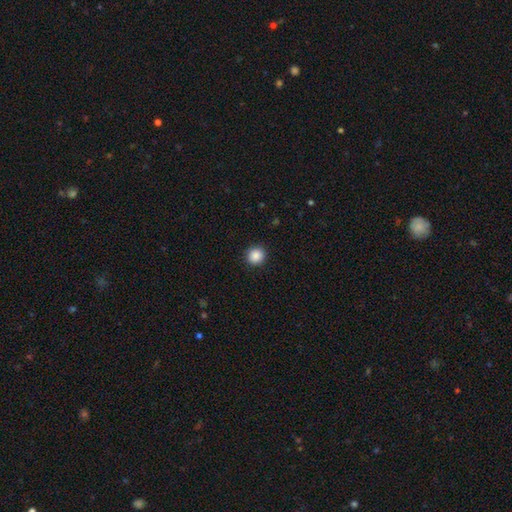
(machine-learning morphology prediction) smooth 88%, star or artifact 9%, featured or disk 3%. Down the decision tree: how rounded — round (92%); merging — none (92%).